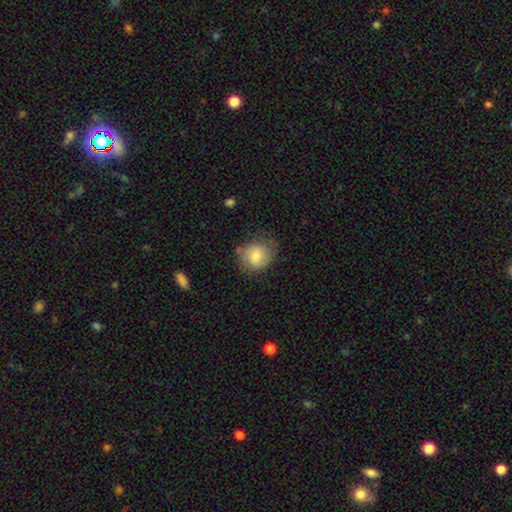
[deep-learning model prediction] Q: Smooth or featured?
A: smooth (74%); runner-up: featured or disk (18%)
Q: How rounded?
A: round (69%); runner-up: in between (30%)
Q: Merging?
A: none (65%); runner-up: minor disturbance (26%)